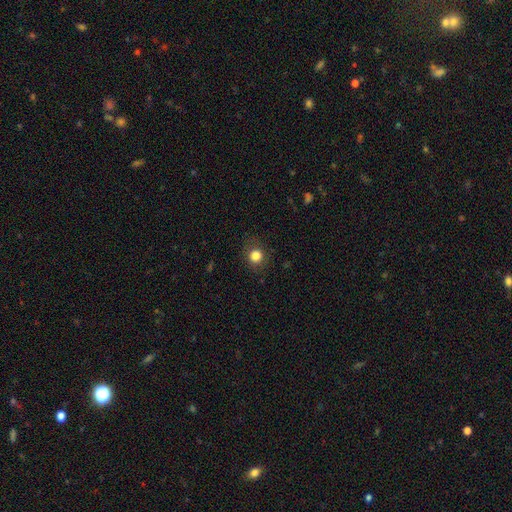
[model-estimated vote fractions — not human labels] This is clearly a smooth galaxy (83%). How rounded: clearly round (87%). Merging: clearly none (85%).